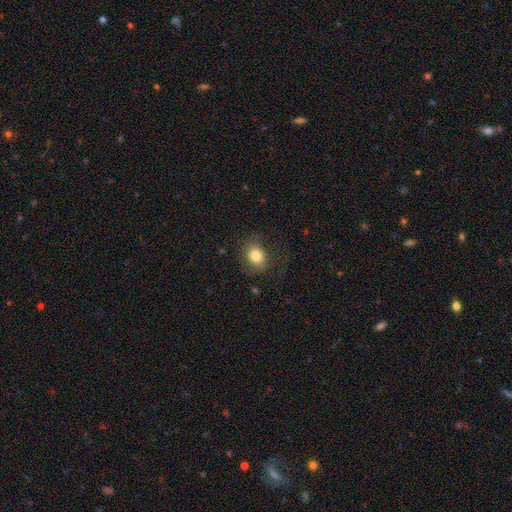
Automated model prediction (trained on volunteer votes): Overall: smooth (82%). How rounded: in between (54%; round 45%). Merging: none (74%).